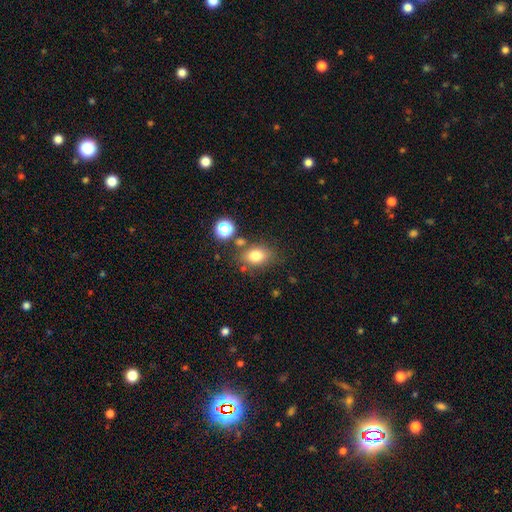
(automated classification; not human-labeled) Smooth or featured? smooth (78%)
How rounded? in between (72%)
Merging? none (71%)